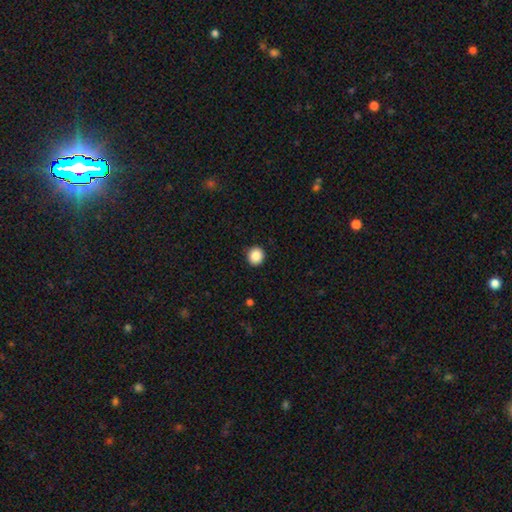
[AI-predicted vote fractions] Smooth or featured?
  - smooth: 88% *
  - star or artifact: 9%
  - featured or disk: 3%
How rounded?
  - round: 88% *
  - in between: 11%
  - cigar-shaped: 1%
Merging?
  - none: 92% *
  - minor disturbance: 5%
  - major disturbance: 2%
  - merger: 1%